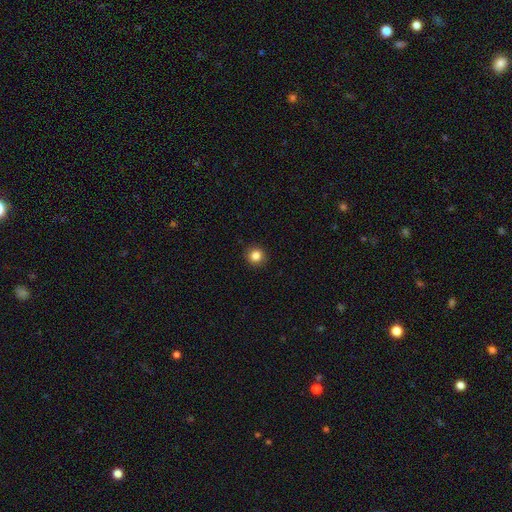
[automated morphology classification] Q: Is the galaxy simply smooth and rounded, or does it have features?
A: smooth — 84%.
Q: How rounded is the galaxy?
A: round — 93%.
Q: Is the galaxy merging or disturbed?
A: none — 92%.